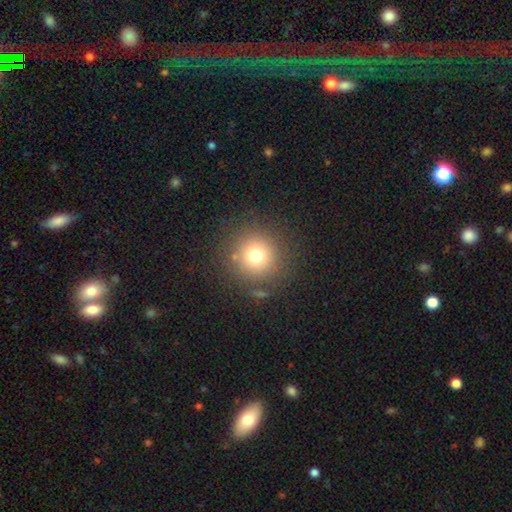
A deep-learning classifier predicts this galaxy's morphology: This appears to be a smooth galaxy with no disk features (74%) that is round (94%). Merging: none (85%).